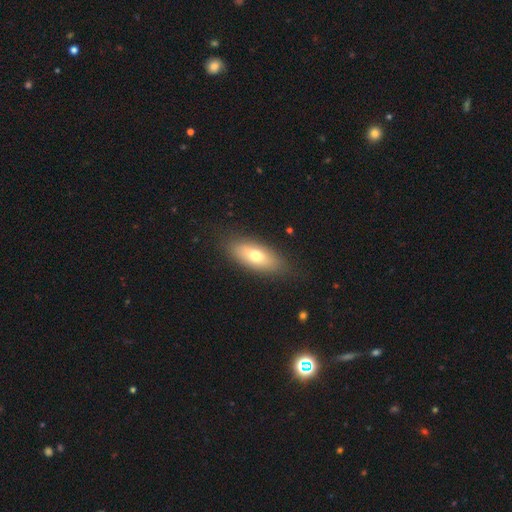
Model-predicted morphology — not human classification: smooth-or-featured: smooth: 69% | featured or disk: 24% | star or artifact: 7%
  how-rounded: in between: 78% | cigar-shaped: 18% | round: 3%
  merging: none: 84% | minor disturbance: 12% | major disturbance: 3% | merger: 1%